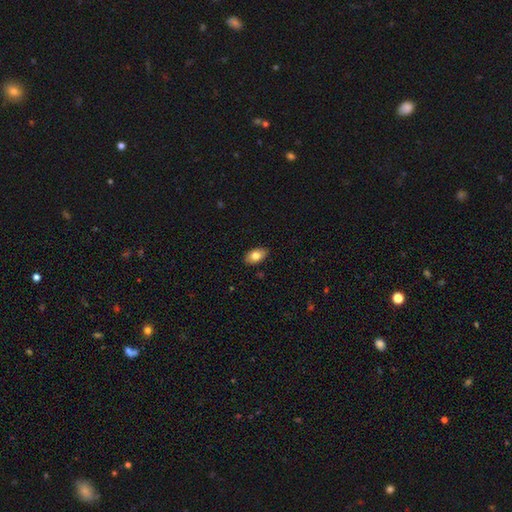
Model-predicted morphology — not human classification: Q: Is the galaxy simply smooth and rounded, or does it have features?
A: smooth — 78%.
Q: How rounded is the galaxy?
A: in between — 92%.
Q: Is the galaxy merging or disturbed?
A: none — 88%.